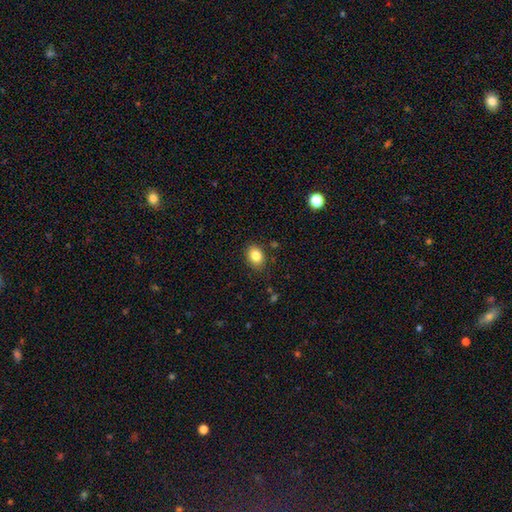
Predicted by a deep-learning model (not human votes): The model was most divided on "how rounded": in between: 68%, round: 31%, cigar-shaped: 1%. More confident: merging — none (86%); smooth or featured — smooth (84%).